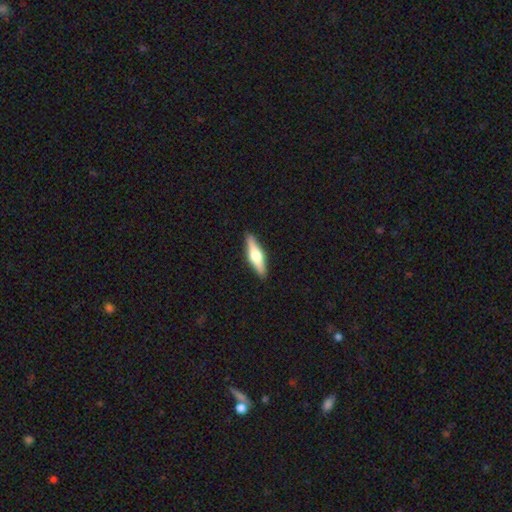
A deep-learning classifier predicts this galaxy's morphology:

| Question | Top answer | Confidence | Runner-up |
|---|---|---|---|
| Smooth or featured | featured or disk | 59% | smooth (36%) |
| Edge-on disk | yes | 96% | no (4%) |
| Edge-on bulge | rounded | 93% | boxy (5%) |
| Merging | none | 91% | minor disturbance (7%) |